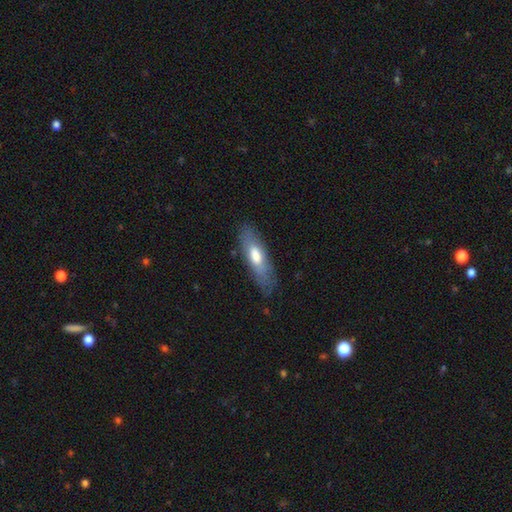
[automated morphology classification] A smooth galaxy with no disk features (62%) that is in between round and cigar-shaped (53%). Merging: none (78%).